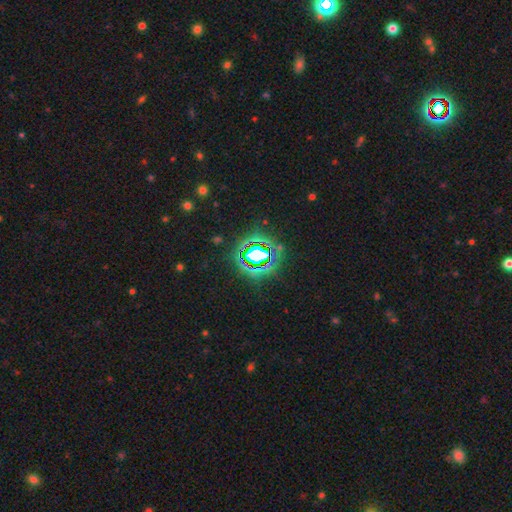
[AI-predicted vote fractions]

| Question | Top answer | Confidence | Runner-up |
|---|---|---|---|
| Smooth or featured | star or artifact | 70% | smooth (18%) |